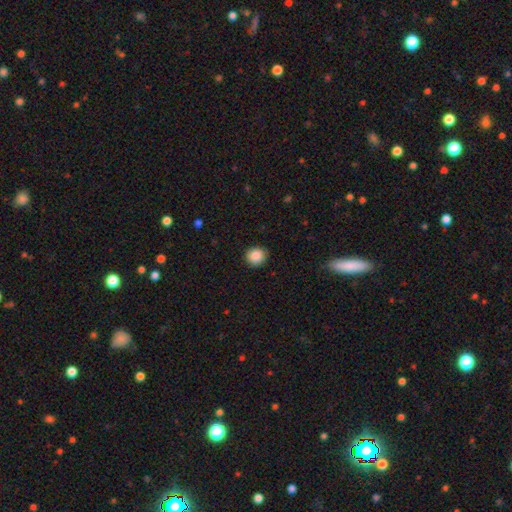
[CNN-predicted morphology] smooth 88%, star or artifact 9%, featured or disk 3%. Down the decision tree: how rounded — round (89%); merging — none (89%).